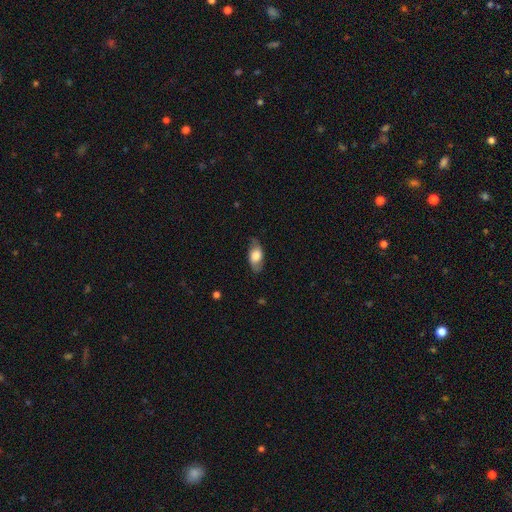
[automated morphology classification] smooth-or-featured: smooth: 65% | featured or disk: 28% | star or artifact: 7%
  how-rounded: in between: 88% | cigar-shaped: 7% | round: 6%
  merging: none: 76% | minor disturbance: 18% | major disturbance: 5% | merger: 1%